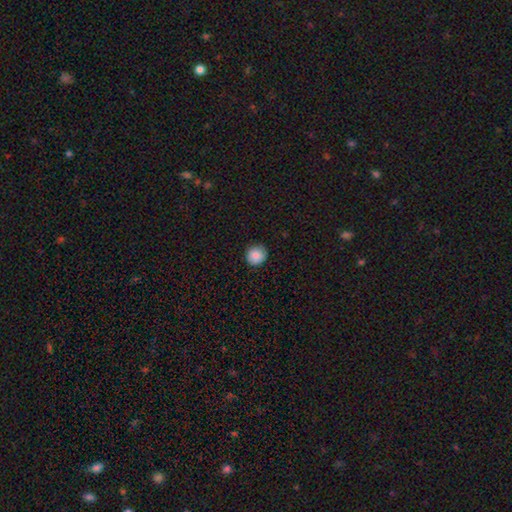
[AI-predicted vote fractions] Smooth or featured? smooth (87%)
How rounded? round (92%)
Merging? none (91%)